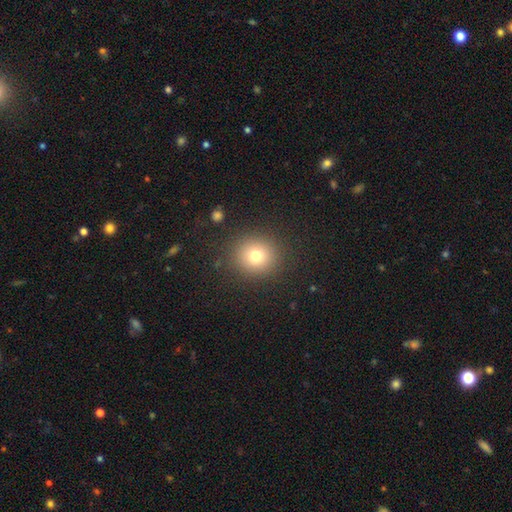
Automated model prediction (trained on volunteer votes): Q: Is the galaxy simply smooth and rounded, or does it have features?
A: smooth — 75%.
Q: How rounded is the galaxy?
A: round — 88%.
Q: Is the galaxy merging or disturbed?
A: none — 88%.